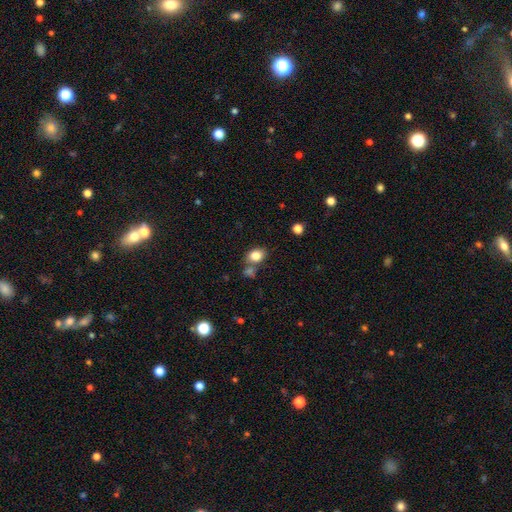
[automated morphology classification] The model was most divided on "how rounded": in between: 64%, round: 35%, cigar-shaped: 1%. More confident: smooth or featured — smooth (82%); merging — none (64%).